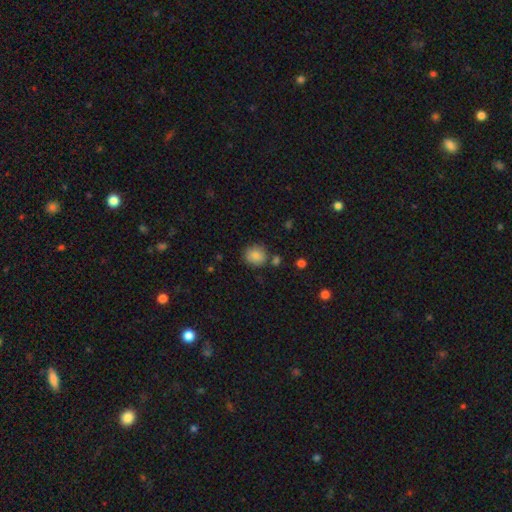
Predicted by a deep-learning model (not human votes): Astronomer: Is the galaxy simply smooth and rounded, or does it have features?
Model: smooth — 86%.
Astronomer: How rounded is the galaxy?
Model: round — 83%.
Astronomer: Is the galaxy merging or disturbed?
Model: none — 78%.